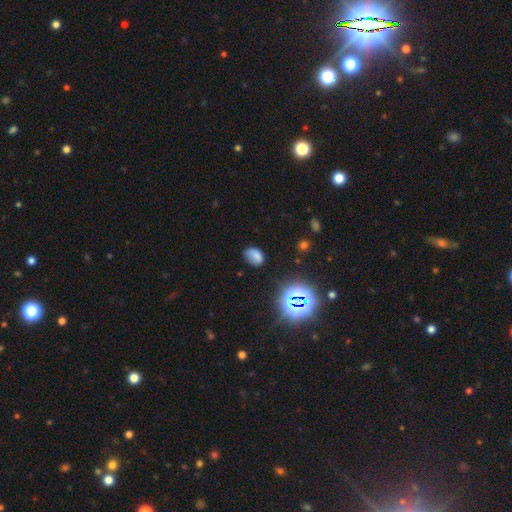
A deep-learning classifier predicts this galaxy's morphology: smooth 68%, star or artifact 20%, featured or disk 12%. Down the decision tree: how rounded — in between (80%); merging — none (63%).